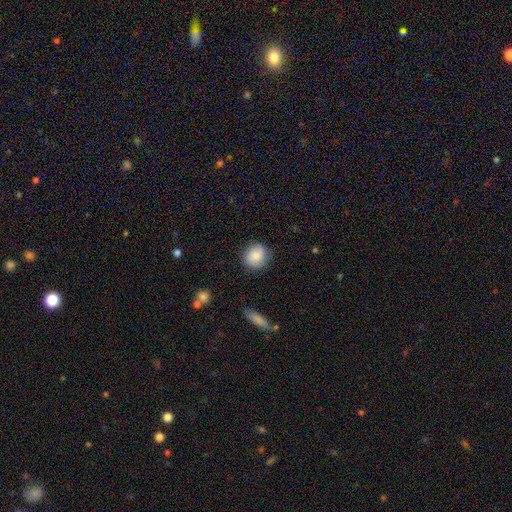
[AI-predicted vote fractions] smooth-or-featured: smooth: 81% | featured or disk: 11% | star or artifact: 7%
  how-rounded: round: 84% | in between: 15% | cigar-shaped: 1%
  merging: none: 81% | minor disturbance: 14% | major disturbance: 3% | merger: 1%